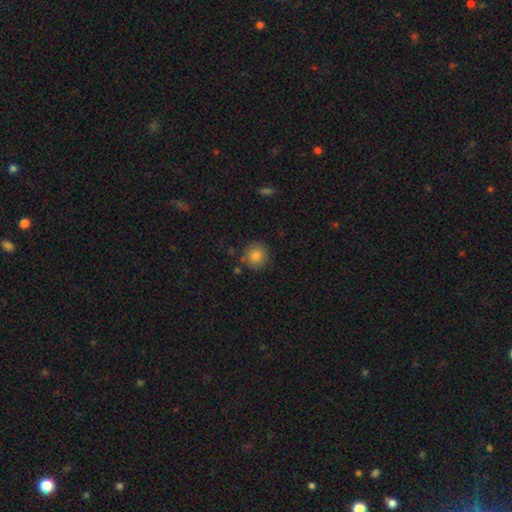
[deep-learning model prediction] Smooth or featured? smooth (84%)
How rounded? round (92%)
Merging? none (82%)